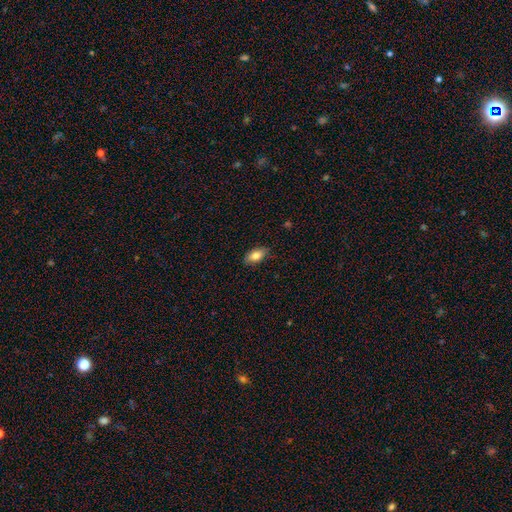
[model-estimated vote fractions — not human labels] This appears to be a smooth galaxy with no disk features (83%) that is in between round and cigar-shaped (90%). Merging: none (84%).